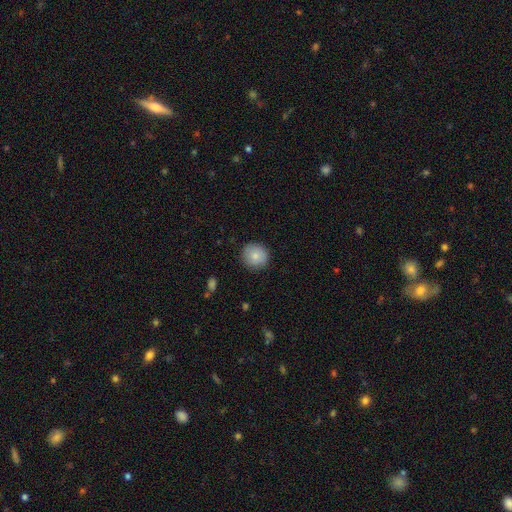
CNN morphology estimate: Smooth or featured? smooth (81%)
How rounded? round (92%)
Merging? none (88%)